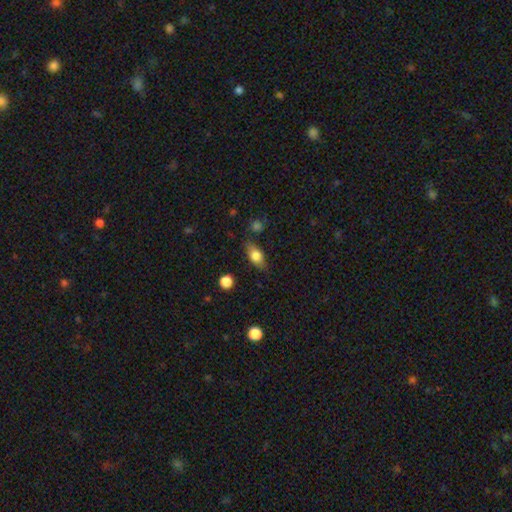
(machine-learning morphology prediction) Smooth or featured?
  - smooth: 74% *
  - featured or disk: 18%
  - star or artifact: 8%
How rounded?
  - in between: 81% *
  - cigar-shaped: 10%
  - round: 9%
Merging?
  - none: 77% *
  - minor disturbance: 16%
  - major disturbance: 4%
  - merger: 3%